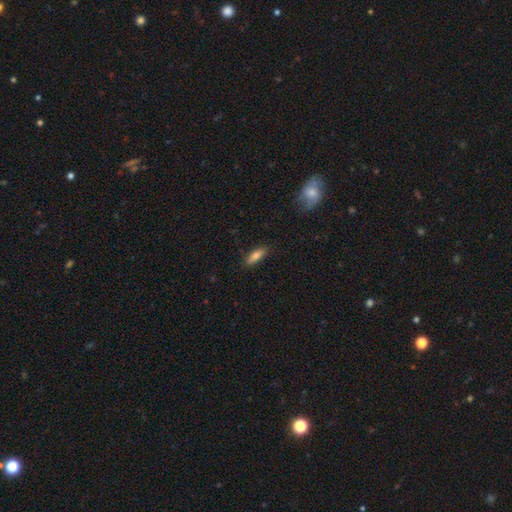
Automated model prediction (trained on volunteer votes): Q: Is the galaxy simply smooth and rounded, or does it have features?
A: smooth — 78%.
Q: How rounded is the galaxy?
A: in between — 52%.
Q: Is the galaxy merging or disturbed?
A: none — 86%.